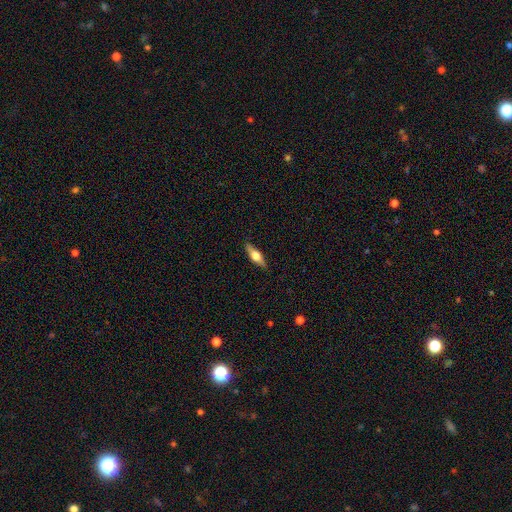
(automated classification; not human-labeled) Smooth or featured?
  - featured or disk: 60% *
  - smooth: 34%
  - star or artifact: 6%
Edge-on disk?
  - yes: 94% *
  - no: 6%
Edge-on bulge?
  - rounded: 93% *
  - boxy: 6%
  - none: 2%
Merging?
  - none: 86% *
  - minor disturbance: 11%
  - major disturbance: 2%
  - merger: 1%